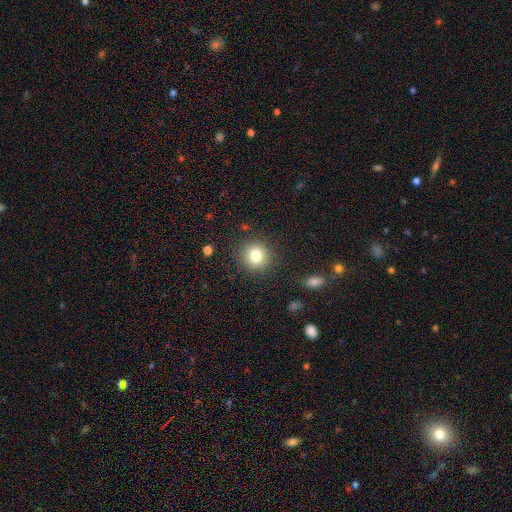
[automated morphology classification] Overall: smooth (80%). How rounded: round (90%). Merging: none (88%).